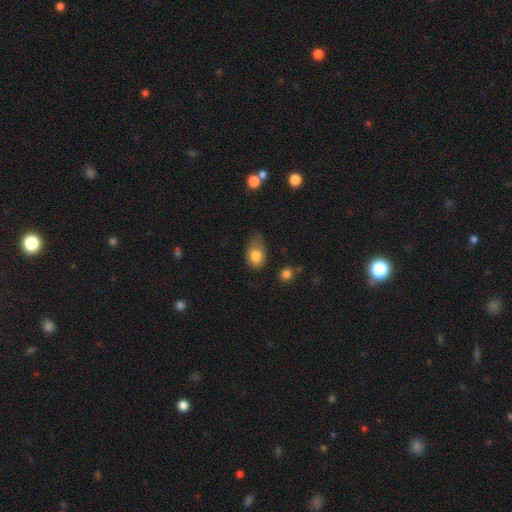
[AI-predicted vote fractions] Smooth or featured?
  - smooth: 80% *
  - featured or disk: 12%
  - star or artifact: 8%
How rounded?
  - in between: 81% *
  - round: 18%
  - cigar-shaped: 1%
Merging?
  - minor disturbance: 43% *
  - none: 39%
  - major disturbance: 16%
  - merger: 3%